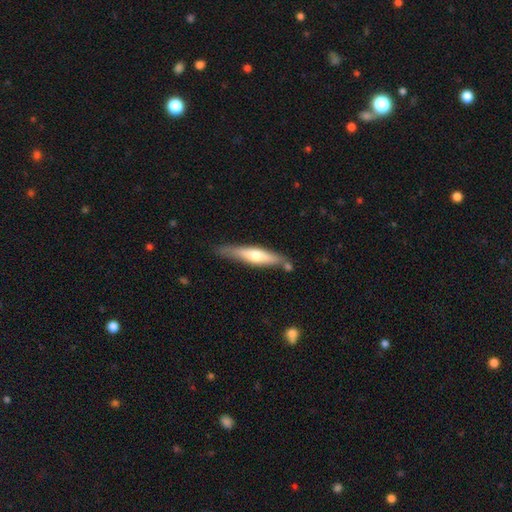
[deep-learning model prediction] smooth_or_featured: featured or disk (p=0.48) [alt: smooth p=0.47]
merging: none (p=0.73) [alt: minor disturbance p=0.16]